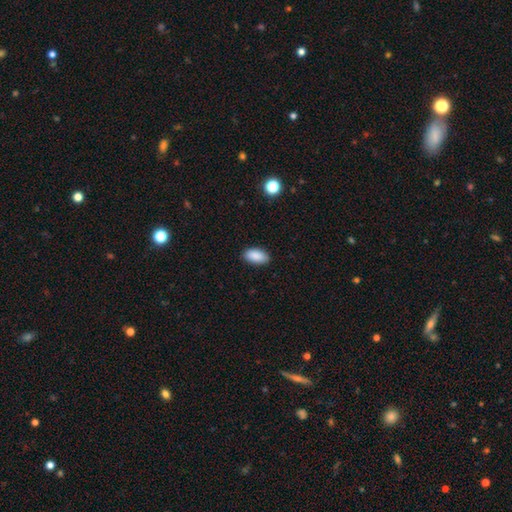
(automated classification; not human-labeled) Smooth or featured? smooth (89%)
How rounded? in between (94%)
Merging? none (88%)